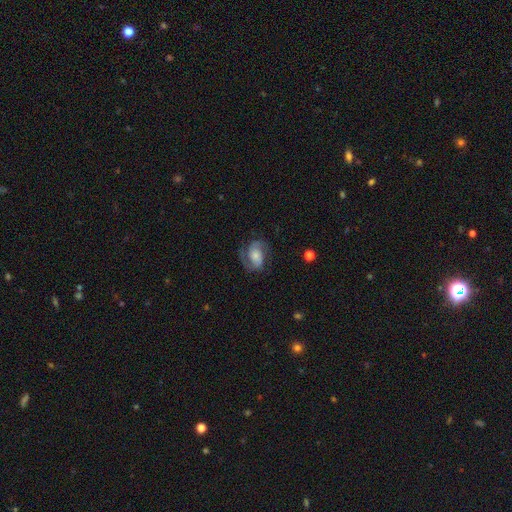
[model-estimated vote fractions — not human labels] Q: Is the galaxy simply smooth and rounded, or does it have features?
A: featured or disk — 82%.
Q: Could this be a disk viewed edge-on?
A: no — 98%.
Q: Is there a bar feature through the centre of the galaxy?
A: no — 60%.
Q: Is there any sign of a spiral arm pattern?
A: yes — 96%.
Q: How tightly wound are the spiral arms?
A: medium — 54%.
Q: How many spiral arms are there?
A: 2 — 89%.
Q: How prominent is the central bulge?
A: small — 37%, tied with moderate.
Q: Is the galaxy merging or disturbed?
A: none — 73%.